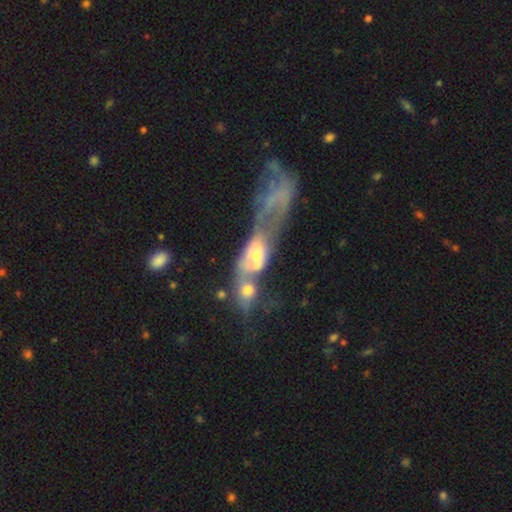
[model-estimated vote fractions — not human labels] featured or disk 57%, smooth 31%, star or artifact 12%. Down the decision tree: edge-on disk — no (87%); bar — no (79%); spiral arms — no (60%); bulge size — moderate (45%); merging — merger (70%).